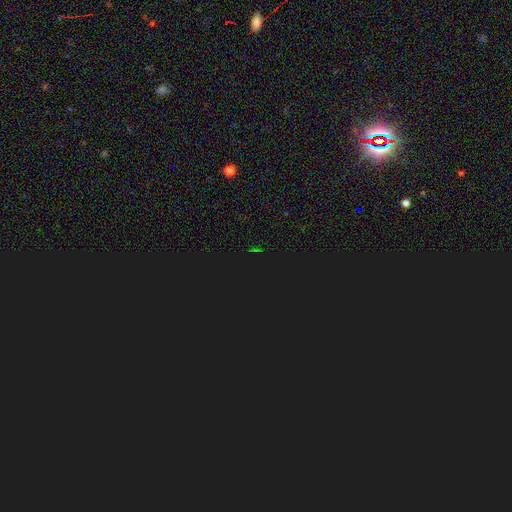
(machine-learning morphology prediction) Smooth or featured? star or artifact (81%)